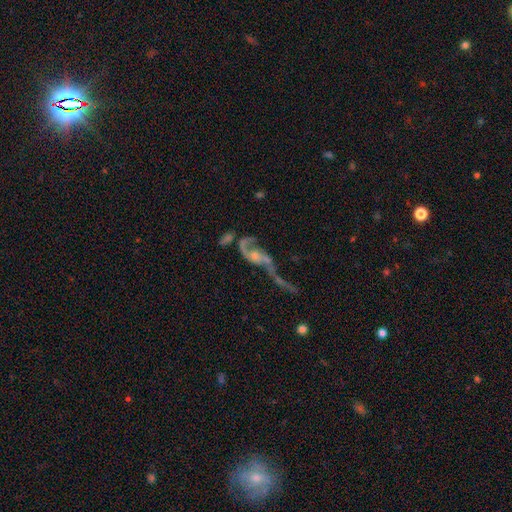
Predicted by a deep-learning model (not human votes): A featured or disk galaxy (77%) with no bar (70%), 2 (70%) loose (74%) spiral arms (77%) and a small central bulge (45%). Merging: merger (38%).